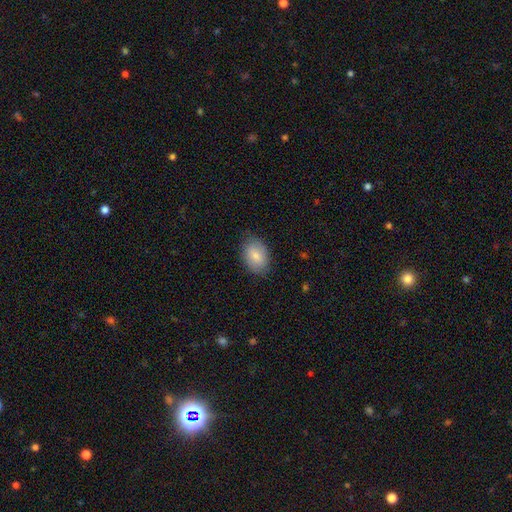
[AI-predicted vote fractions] Morphology: type=smooth (80%); roundness=in between (81%); merging=none (78%).